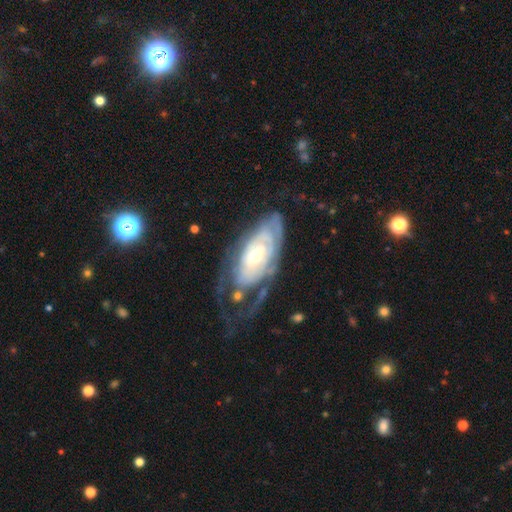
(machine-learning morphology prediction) smooth-or-featured: featured or disk: 78% | smooth: 16% | star or artifact: 5%
  disk-edge-on: no: 91% | yes: 9%
    bar: no: 69% | weak: 23% | strong: 8%
    has-spiral-arms: yes: 82% | no: 18%
      spiral-winding: tight: 72% | medium: 19% | loose: 8%
      spiral-arm-count: can't tell: 57% | 2: 19% | 1: 10% | 3: 6% | 4: 4% | more than 4: 3%
    bulge-size: small: 47% | moderate: 46% | large: 4% | none: 1% | dominant: 1%
  merging: none: 41% | major disturbance: 32% | minor disturbance: 23% | merger: 3%